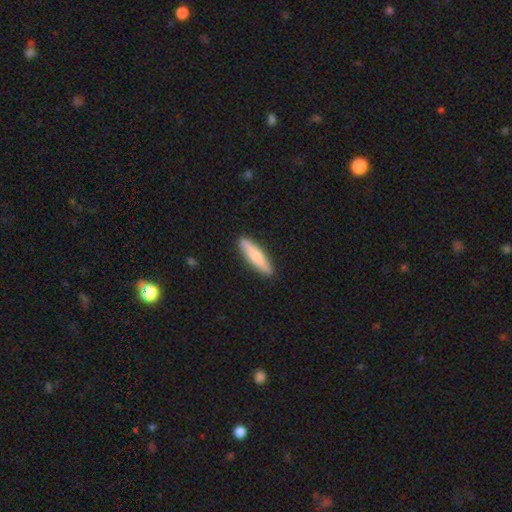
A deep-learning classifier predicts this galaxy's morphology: This is likely a smooth galaxy (69%). How rounded: clearly cigar-shaped (83%). Merging: clearly none (90%).